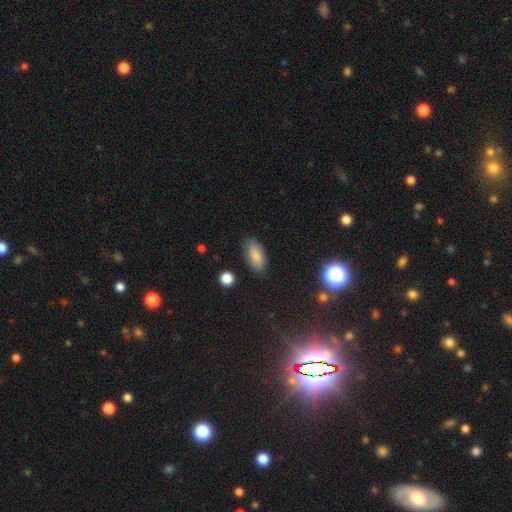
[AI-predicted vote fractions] Smooth or featured: smooth — 83% (featured or disk — 8%)
How rounded: in between — 89% (cigar-shaped — 8%)
Merging: none — 82% (minor disturbance — 13%)